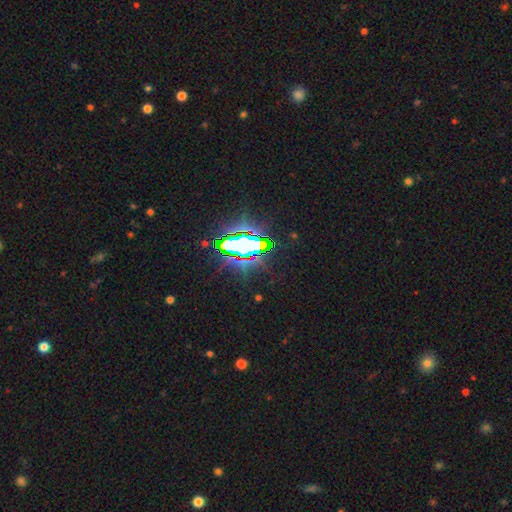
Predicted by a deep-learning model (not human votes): Overall: star or artifact (74%).